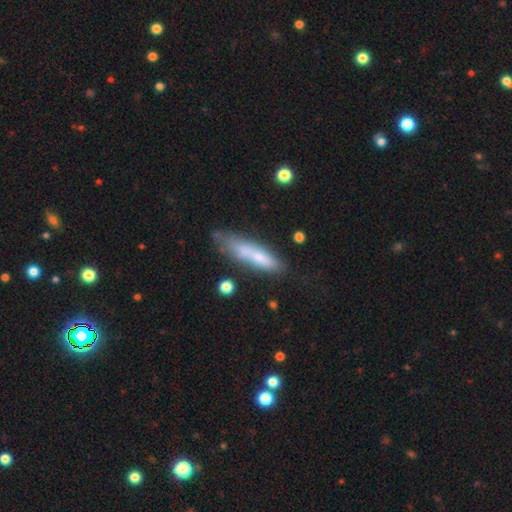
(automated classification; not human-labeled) Smooth or featured? Predicted: smooth (p=0.63). How rounded? Predicted: cigar-shaped (p=0.73). Merging? Predicted: none (p=0.49).